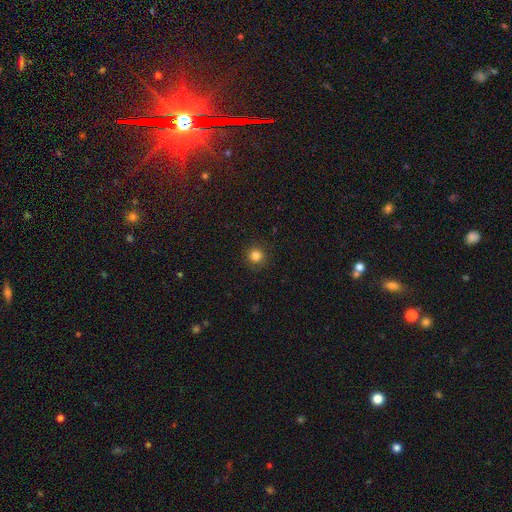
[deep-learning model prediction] Smooth or featured? Predicted: smooth (p=0.83). How rounded? Predicted: round (p=0.95). Merging? Predicted: none (p=0.91).